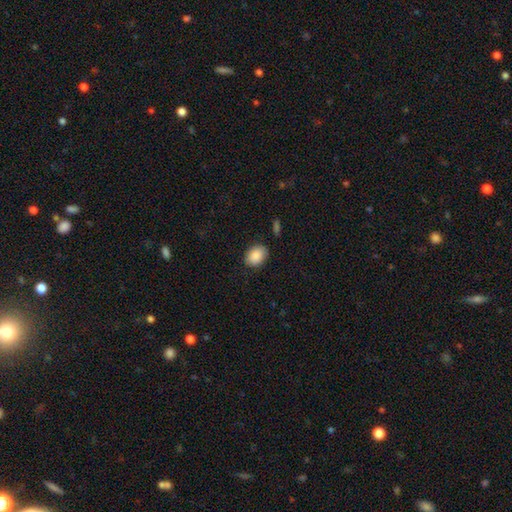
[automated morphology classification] Smooth or featured: smooth — 89% (star or artifact — 7%)
How rounded: in between — 68% (round — 31%)
Merging: none — 83% (minor disturbance — 12%)